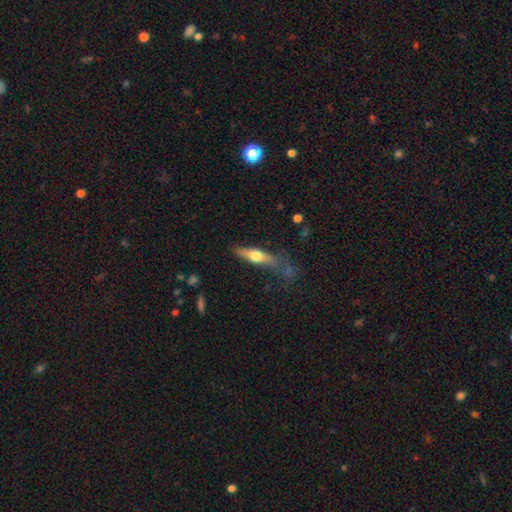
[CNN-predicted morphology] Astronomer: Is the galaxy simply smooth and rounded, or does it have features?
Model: smooth — 50% (runner-up: featured or disk, 44%).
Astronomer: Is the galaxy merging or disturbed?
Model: none — 55%.